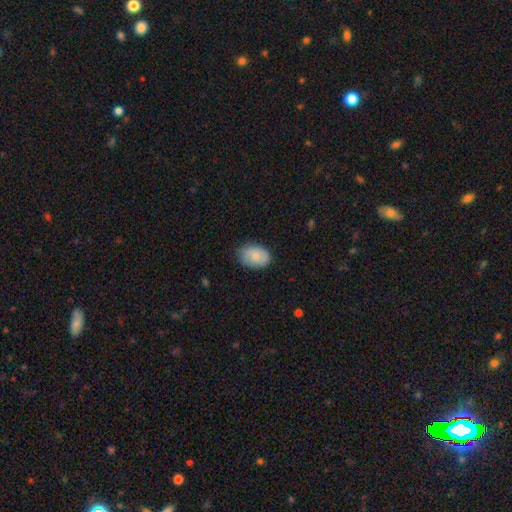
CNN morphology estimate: smooth-or-featured: smooth: 81% | featured or disk: 13% | star or artifact: 6%
  how-rounded: in between: 83% | round: 16% | cigar-shaped: 1%
  merging: none: 79% | minor disturbance: 17% | major disturbance: 3% | merger: 1%